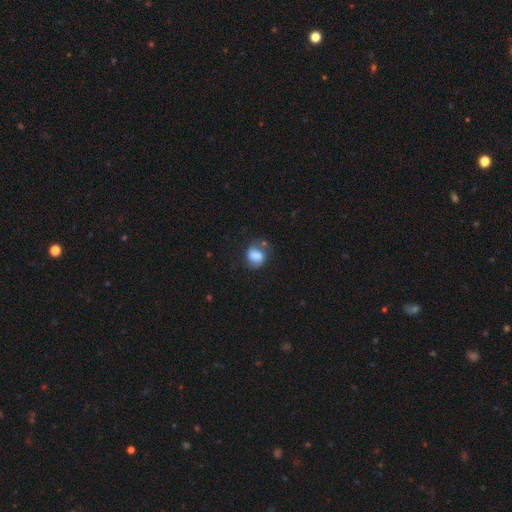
Smooth or featured? 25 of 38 (66%) said smooth. How rounded? 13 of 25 (52%) said in between. Merging? 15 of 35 (43%) said minor disturbance.